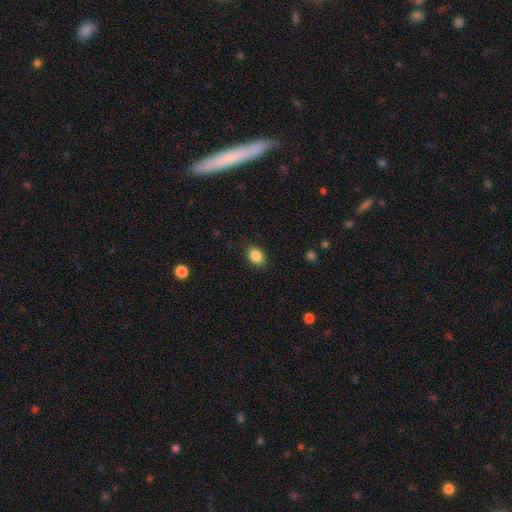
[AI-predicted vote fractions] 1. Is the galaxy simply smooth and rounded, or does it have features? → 86% smooth, 9% star or artifact, 5% featured or disk.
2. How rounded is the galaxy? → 67% in between, 31% round, 1% cigar-shaped.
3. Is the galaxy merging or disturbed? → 84% none, 12% minor disturbance, 3% major disturbance, 1% merger.